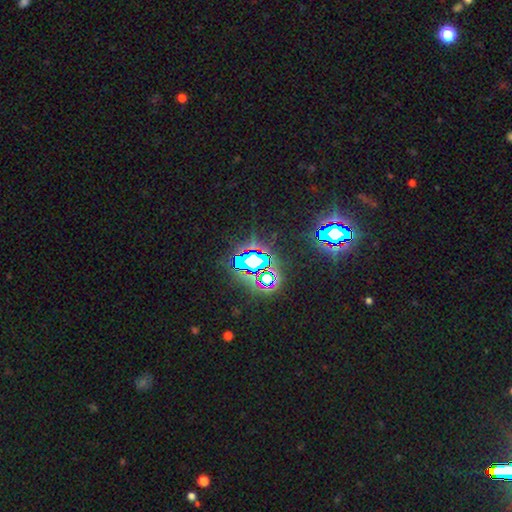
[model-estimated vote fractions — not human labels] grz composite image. It shows a star or artifact, not a galaxy (80%).